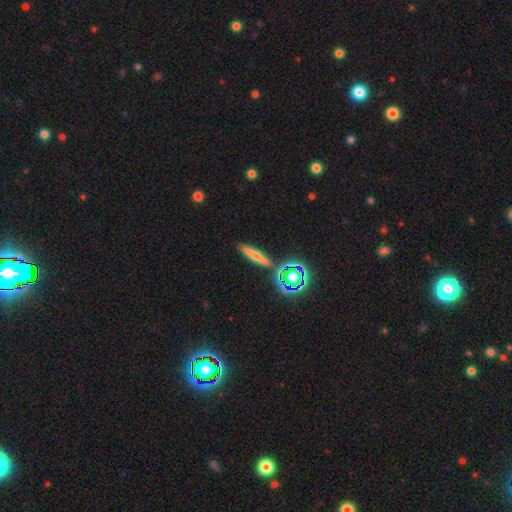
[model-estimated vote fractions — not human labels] smooth 59%, featured or disk 24%, star or artifact 17%. Down the decision tree: how rounded — cigar-shaped (79%); merging — none (84%).